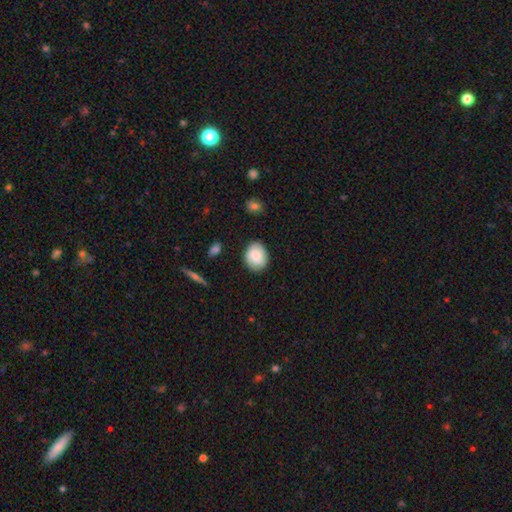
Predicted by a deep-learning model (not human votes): Smooth or featured?
  - smooth: 79% *
  - featured or disk: 14%
  - star or artifact: 7%
How rounded?
  - round: 55% *
  - in between: 44%
  - cigar-shaped: 1%
Merging?
  - none: 84% *
  - minor disturbance: 12%
  - major disturbance: 3%
  - merger: 1%